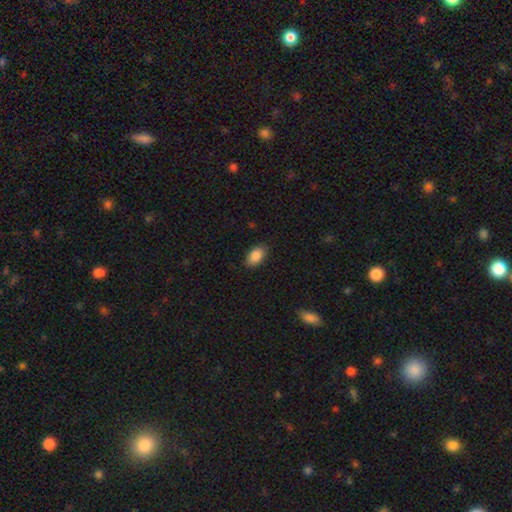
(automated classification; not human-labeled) smooth-or-featured: smooth: 88% | star or artifact: 7% | featured or disk: 5%
  how-rounded: in between: 91% | round: 7% | cigar-shaped: 2%
  merging: none: 86% | minor disturbance: 11% | major disturbance: 2% | merger: 1%